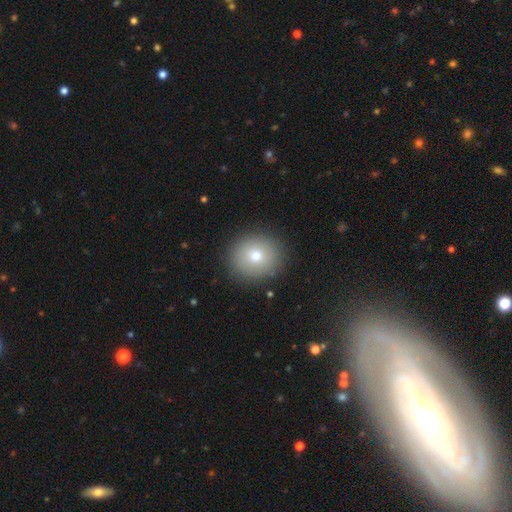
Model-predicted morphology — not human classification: The model was most divided on "smooth or featured": smooth: 74%, featured or disk: 14%, star or artifact: 12%. More confident: merging — none (90%); how rounded — round (88%).